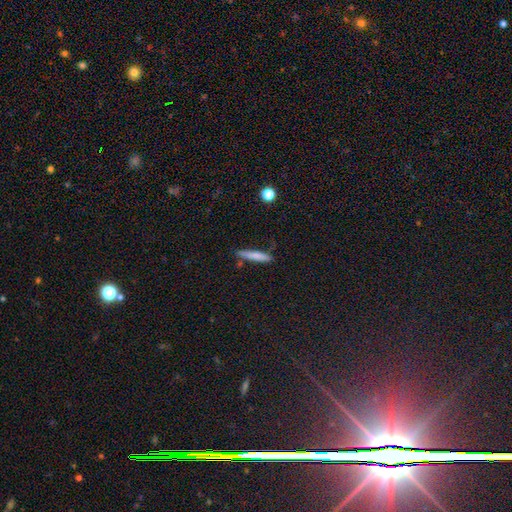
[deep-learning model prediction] smooth_or_featured: smooth (p=0.75) [alt: featured or disk p=0.18]
how_rounded: cigar-shaped (p=0.89) [alt: in between p=0.09]
merging: none (p=0.75) [alt: minor disturbance p=0.17]